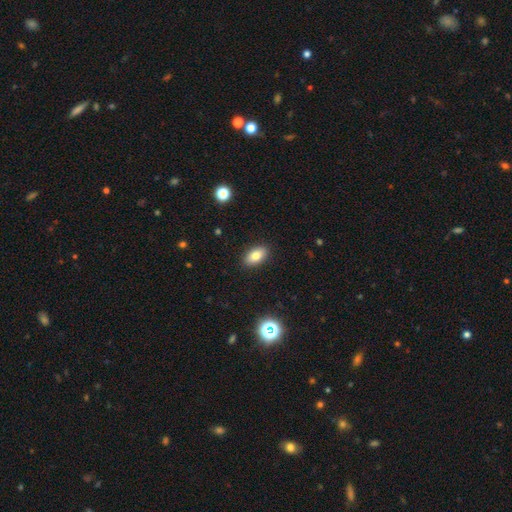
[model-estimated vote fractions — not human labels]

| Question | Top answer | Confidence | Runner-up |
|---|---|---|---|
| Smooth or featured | smooth | 80% | featured or disk (11%) |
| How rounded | in between | 91% | round (6%) |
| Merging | none | 89% | minor disturbance (8%) |